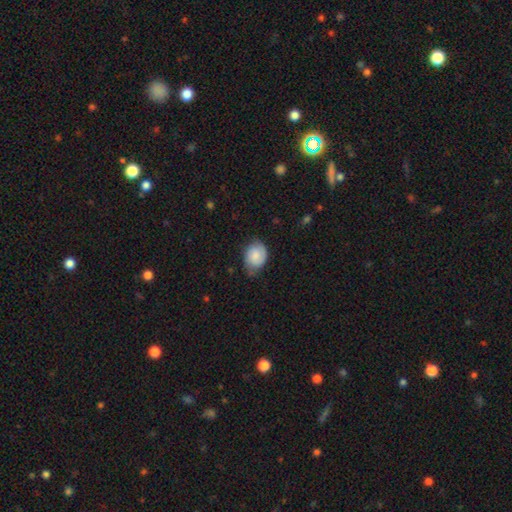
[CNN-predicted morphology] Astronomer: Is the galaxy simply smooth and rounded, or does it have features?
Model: smooth — 69%.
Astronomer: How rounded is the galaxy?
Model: in between — 60% (runner-up: round, 39%).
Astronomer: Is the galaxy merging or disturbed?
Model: none — 59%.